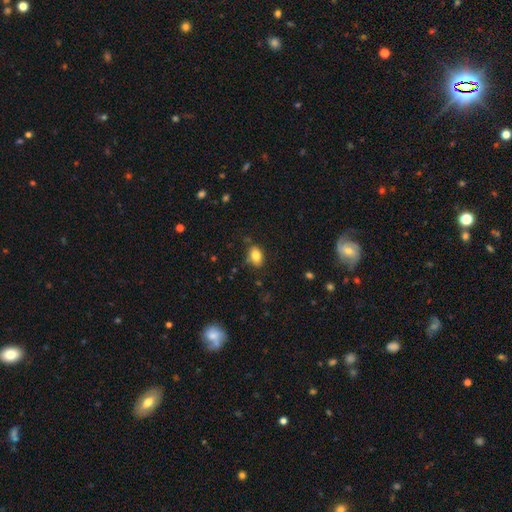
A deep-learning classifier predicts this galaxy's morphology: Smooth or featured? smooth (83%)
How rounded? in between (84%)
Merging? none (80%)